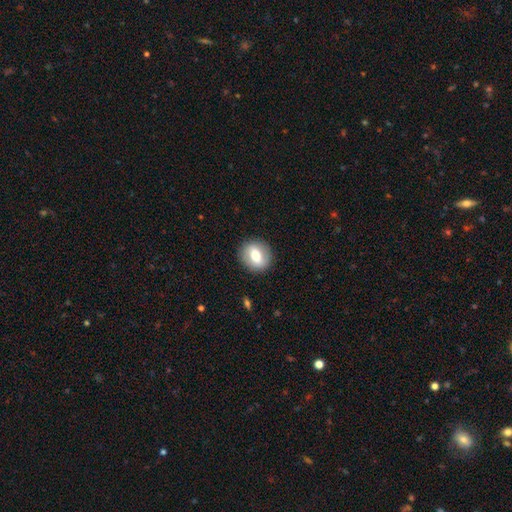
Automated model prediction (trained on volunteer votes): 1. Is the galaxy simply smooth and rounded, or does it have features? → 61% smooth, 31% featured or disk, 8% star or artifact.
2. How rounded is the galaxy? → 71% round, 28% in between, 1% cigar-shaped.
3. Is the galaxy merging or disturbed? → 88% none, 8% minor disturbance, 3% major disturbance, 1% merger.